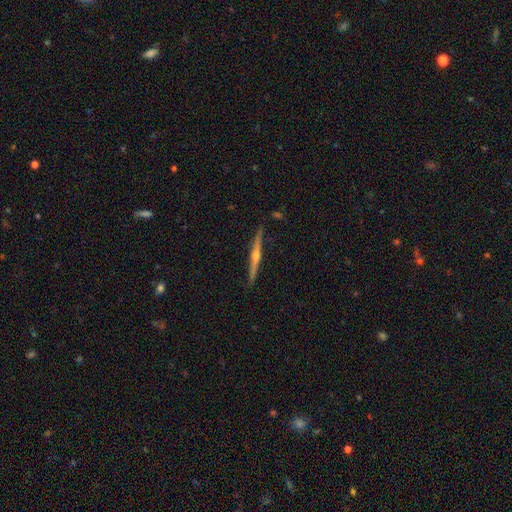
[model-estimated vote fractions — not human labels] Smooth or featured?
  - featured or disk: 80% *
  - smooth: 14%
  - star or artifact: 6%
Edge-on disk?
  - yes: 98% *
  - no: 2%
Edge-on bulge?
  - rounded: 89% *
  - none: 7%
  - boxy: 3%
Merging?
  - none: 90% *
  - minor disturbance: 8%
  - merger: 1%
  - major disturbance: 1%